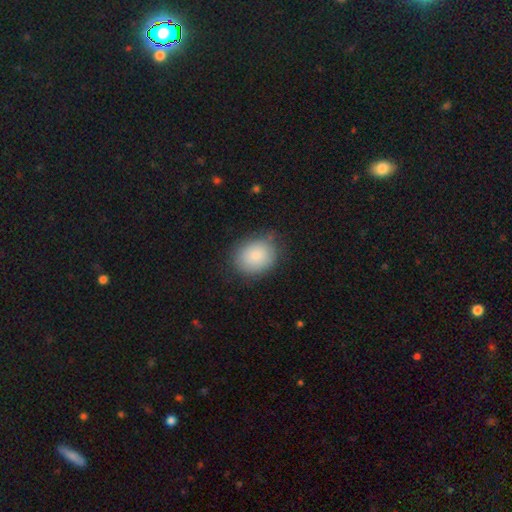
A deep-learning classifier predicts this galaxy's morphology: The model was most divided on "how rounded": round: 52%, in between: 48%, cigar-shaped: 1%. More confident: smooth or featured — smooth (83%); merging — none (77%).